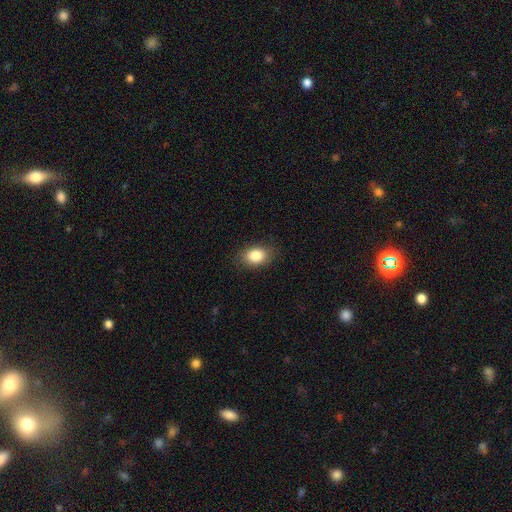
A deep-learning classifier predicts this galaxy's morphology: This is clearly a smooth galaxy (85%). How rounded: likely in between (79%). Merging: clearly none (86%).